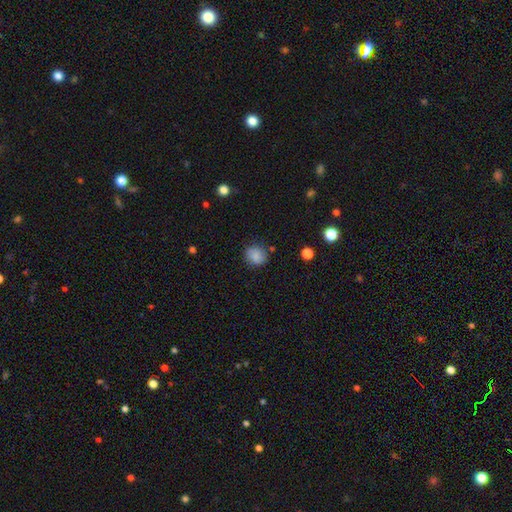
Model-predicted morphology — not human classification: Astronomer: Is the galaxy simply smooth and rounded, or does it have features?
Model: smooth — 84%.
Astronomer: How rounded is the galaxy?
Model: round — 78%.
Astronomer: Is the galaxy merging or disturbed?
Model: none — 80%.